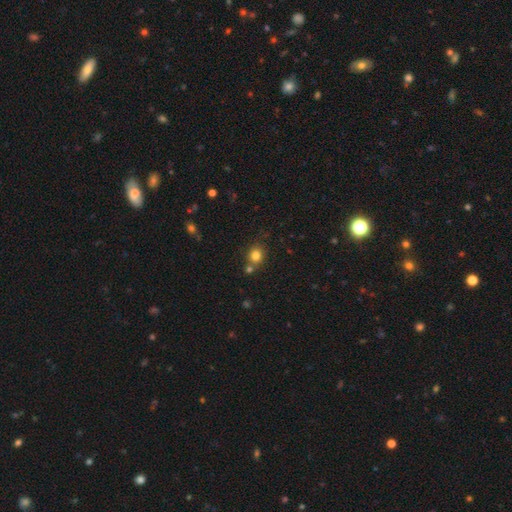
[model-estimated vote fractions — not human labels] Overall: smooth (81%). How rounded: round (79%). Merging: none (69%).